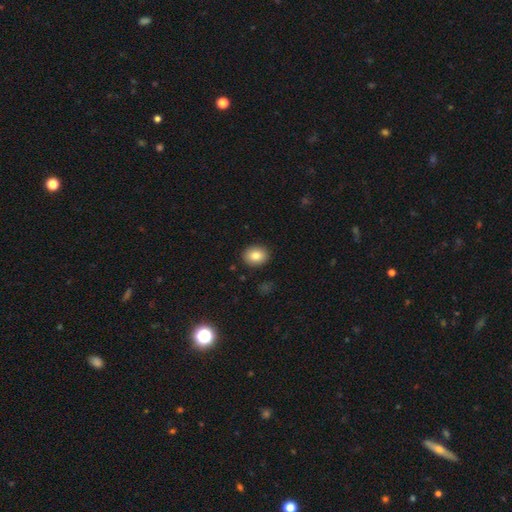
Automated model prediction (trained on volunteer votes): This is clearly a smooth galaxy (85%). How rounded: possibly in between (59%). Merging: clearly none (89%).